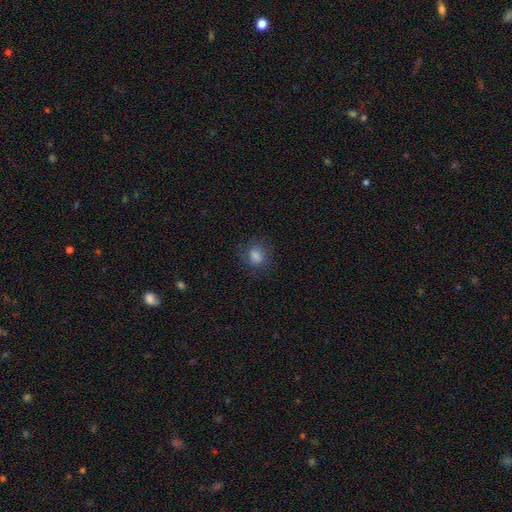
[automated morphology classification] The model was most divided on "how rounded": round: 65%, in between: 33%, cigar-shaped: 1%. More confident: merging — none (75%); smooth or featured — smooth (74%).